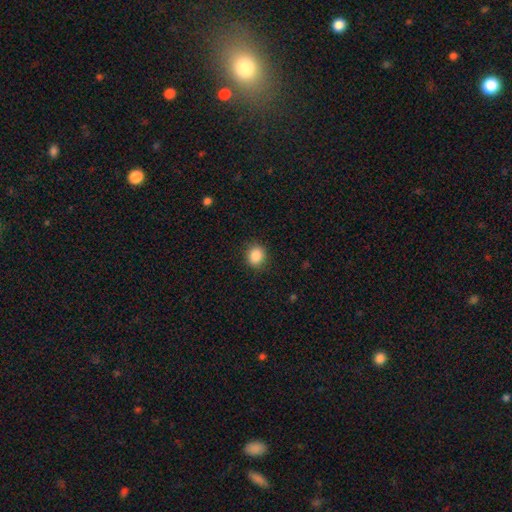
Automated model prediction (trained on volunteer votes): This appears to be a smooth galaxy with no disk features (87%) that is round (77%). Merging: none (87%).